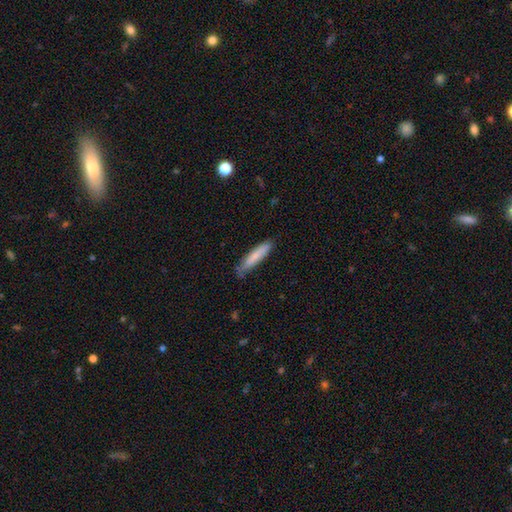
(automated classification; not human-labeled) A smooth galaxy with no disk features (77%) that is cigar-shaped (85%). Merging: none (77%).